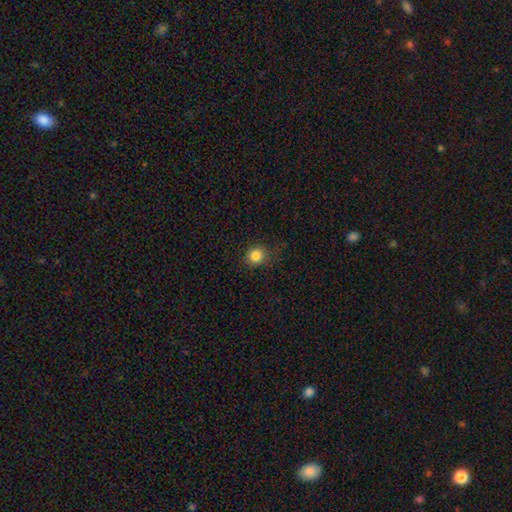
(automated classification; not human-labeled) Smooth or featured: smooth — 84% (star or artifact — 12%)
How rounded: round — 89% (in between — 10%)
Merging: none — 85% (minor disturbance — 11%)